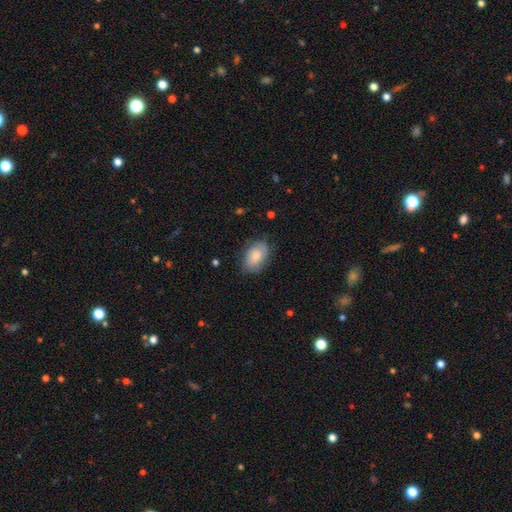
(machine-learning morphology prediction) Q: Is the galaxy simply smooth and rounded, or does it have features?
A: smooth — 80%.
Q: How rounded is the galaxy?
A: in between — 88%.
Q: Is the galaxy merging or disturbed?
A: none — 75%.